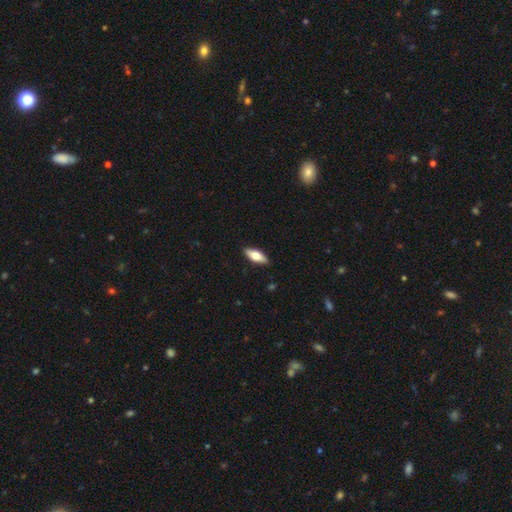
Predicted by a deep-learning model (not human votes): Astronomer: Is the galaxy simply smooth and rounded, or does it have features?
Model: smooth — 61%.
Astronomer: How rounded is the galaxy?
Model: in between — 70%.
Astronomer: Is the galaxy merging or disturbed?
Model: none — 89%.